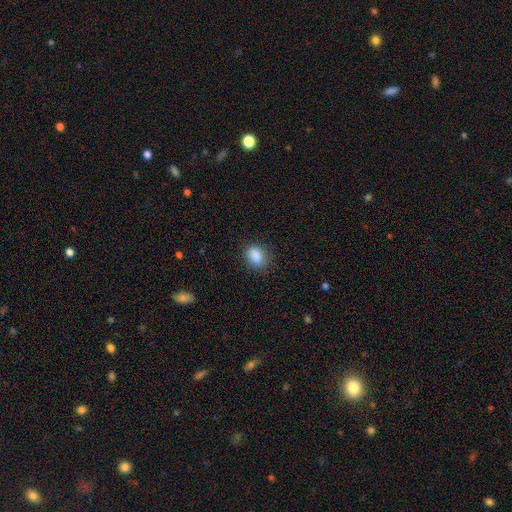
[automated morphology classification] smooth_or_featured: smooth (p=0.87) [alt: star or artifact p=0.09]
how_rounded: in between (p=0.66) [alt: round p=0.32]
merging: none (p=0.81) [alt: minor disturbance p=0.15]